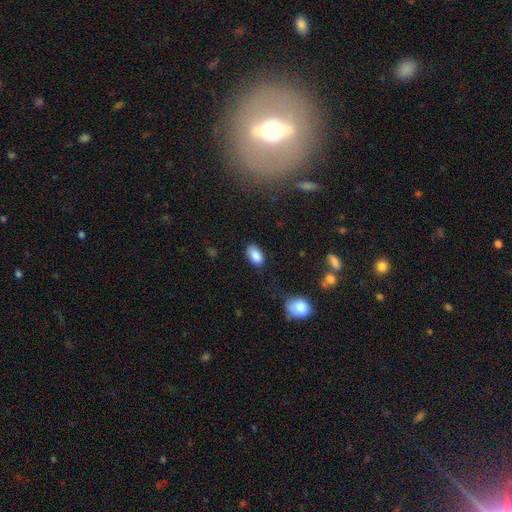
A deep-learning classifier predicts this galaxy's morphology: Smooth or featured? smooth (88%)
How rounded? in between (92%)
Merging? none (80%)